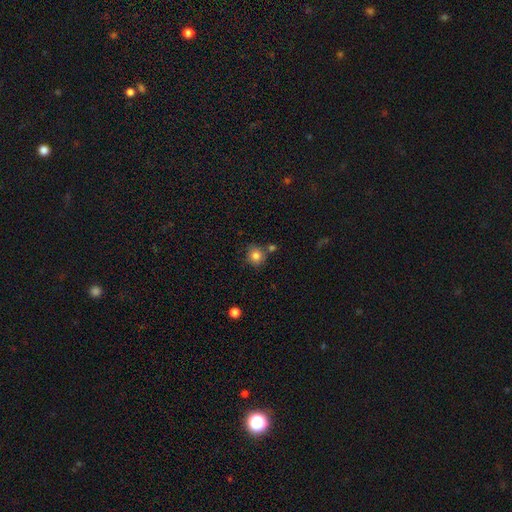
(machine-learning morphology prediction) A smooth galaxy with no disk features (81%) that is round (89%).

Vote fractions:
- Smooth or featured? smooth: 81% / star or artifact: 11% / featured or disk: 8%
- How rounded? round: 89% / in between: 10% / cigar-shaped: 1%
- Merging? none: 74% / minor disturbance: 12% / merger: 11% / major disturbance: 3%